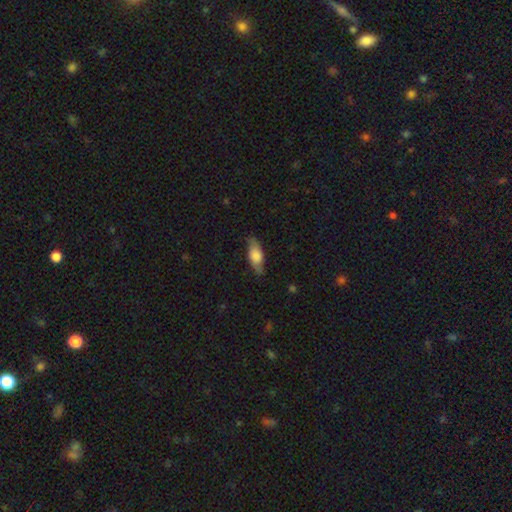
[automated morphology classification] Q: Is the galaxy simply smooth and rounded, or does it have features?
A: smooth — 65%.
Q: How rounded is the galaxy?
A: in between — 73%.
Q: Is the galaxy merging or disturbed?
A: none — 76%.